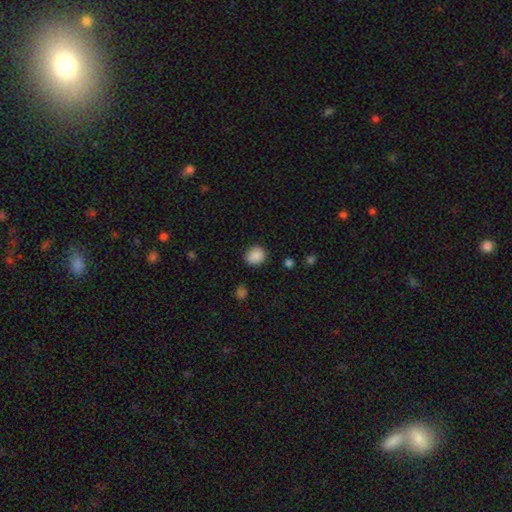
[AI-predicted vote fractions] Smooth or featured? smooth (88%)
How rounded? round (63%)
Merging? none (85%)